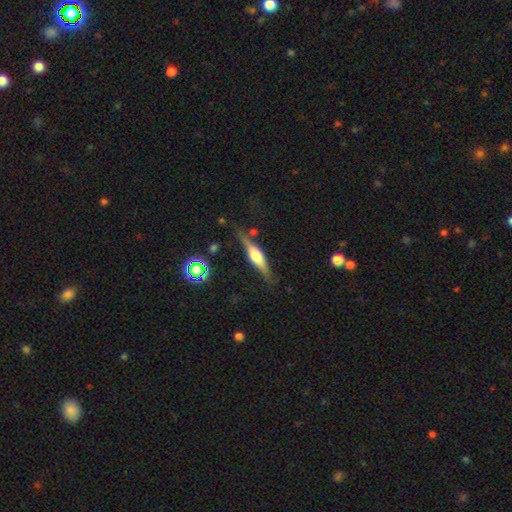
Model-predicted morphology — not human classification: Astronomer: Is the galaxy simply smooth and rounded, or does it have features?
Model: featured or disk — 64%.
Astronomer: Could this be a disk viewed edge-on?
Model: yes — 95%.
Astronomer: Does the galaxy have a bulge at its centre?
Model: rounded — 85%.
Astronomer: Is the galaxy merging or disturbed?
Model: none — 77%.